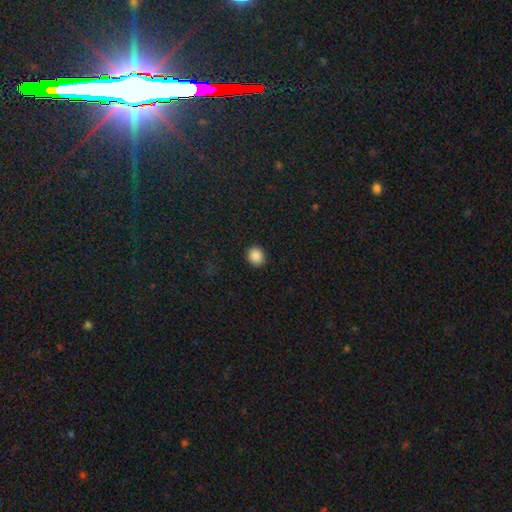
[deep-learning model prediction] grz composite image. It shows a smooth galaxy with no disk features (88%) that is round (80%). Merging: none (92%).